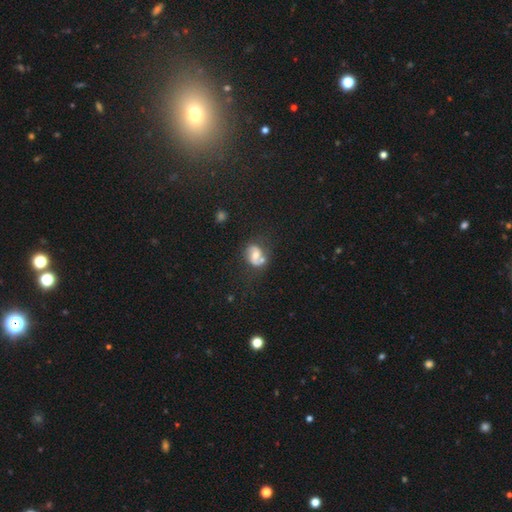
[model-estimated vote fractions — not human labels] Smooth or featured: featured or disk — 58% (smooth — 31%)
Edge-on disk: no — 97% (yes — 3%)
Bar: no — 53% (weak — 35%)
Spiral arms: yes — 81% (no — 19%)
Bulge size: moderate — 60% (small — 23%)
Merging: none — 53% (minor disturbance — 20%)